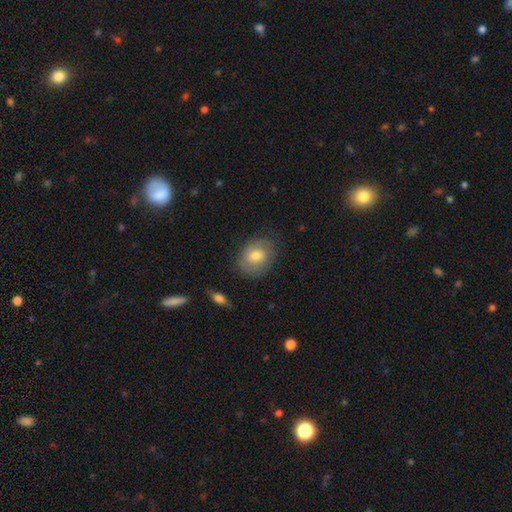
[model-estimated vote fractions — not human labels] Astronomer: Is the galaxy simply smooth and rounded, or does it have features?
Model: smooth — 52% (runner-up: featured or disk, 41%).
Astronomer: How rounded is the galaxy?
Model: in between — 54% (runner-up: round, 45%).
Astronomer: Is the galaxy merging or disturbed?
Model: none — 73%.